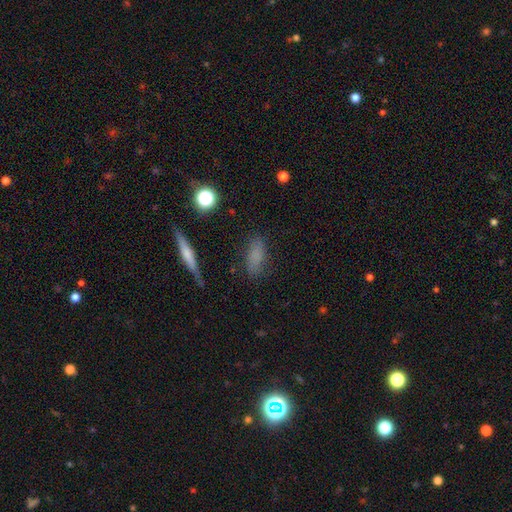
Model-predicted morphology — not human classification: Smooth or featured?
  - smooth: 74% *
  - featured or disk: 14%
  - star or artifact: 12%
How rounded?
  - in between: 76% *
  - cigar-shaped: 19%
  - round: 6%
Merging?
  - none: 75% *
  - minor disturbance: 18%
  - major disturbance: 5%
  - merger: 2%